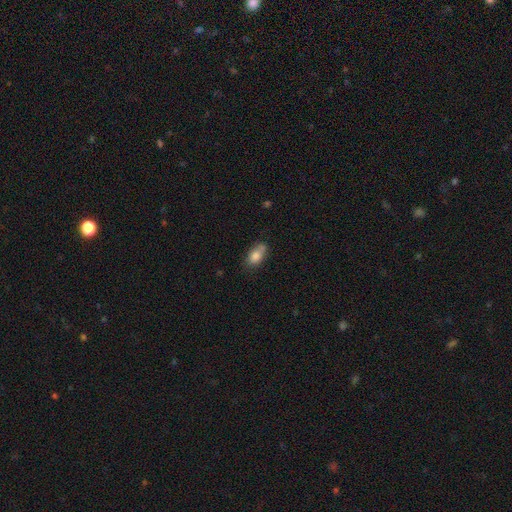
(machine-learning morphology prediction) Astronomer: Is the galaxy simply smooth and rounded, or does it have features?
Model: smooth — 80%.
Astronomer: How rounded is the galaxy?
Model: in between — 87%.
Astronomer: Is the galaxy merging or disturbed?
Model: none — 54%.